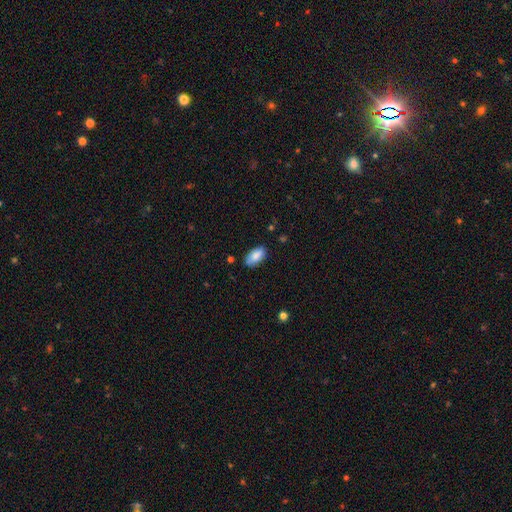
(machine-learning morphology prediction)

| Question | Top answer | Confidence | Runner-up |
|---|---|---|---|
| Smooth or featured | smooth | 84% | featured or disk (9%) |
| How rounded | in between | 94% | cigar-shaped (4%) |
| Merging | none | 78% | minor disturbance (17%) |